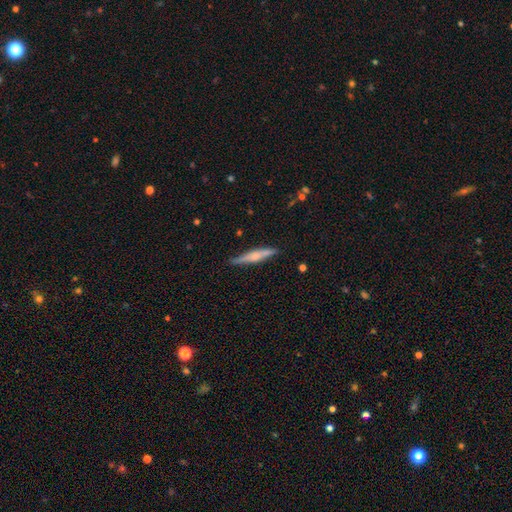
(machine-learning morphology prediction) Smooth or featured? featured or disk (53%)
Edge-on disk? yes (96%)
Edge-on bulge? rounded (66%)
Merging? none (86%)